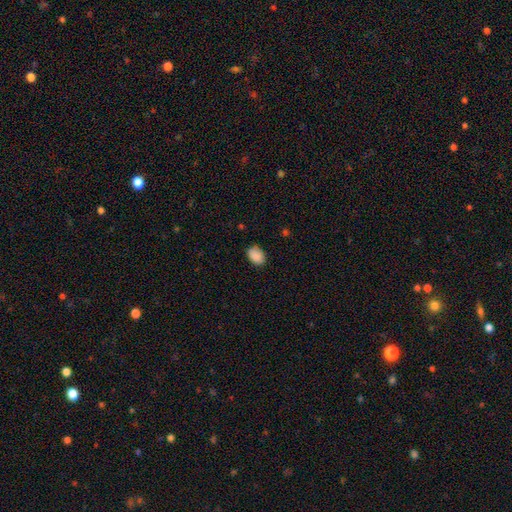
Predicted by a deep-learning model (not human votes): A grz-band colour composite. It shows a smooth galaxy with no disk features (89%) that is in between round and cigar-shaped (78%). Merging: none (83%).